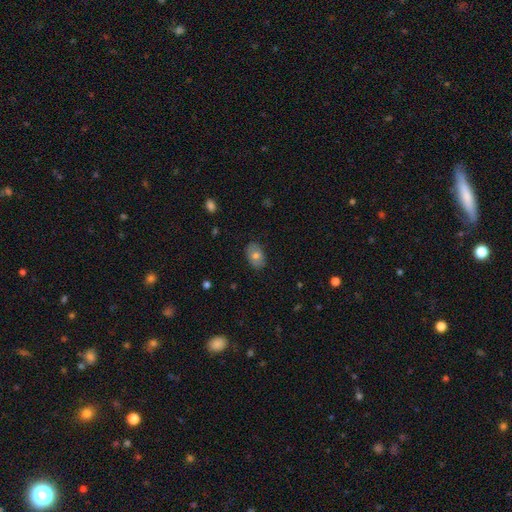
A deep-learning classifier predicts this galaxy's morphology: A smooth galaxy with no disk features (70%) that is in between round and cigar-shaped (87%).

Vote fractions:
- Smooth or featured? smooth: 70% / featured or disk: 22% / star or artifact: 8%
- How rounded? in between: 87% / round: 12% / cigar-shaped: 1%
- Merging? none: 84% / minor disturbance: 12% / major disturbance: 2% / merger: 1%